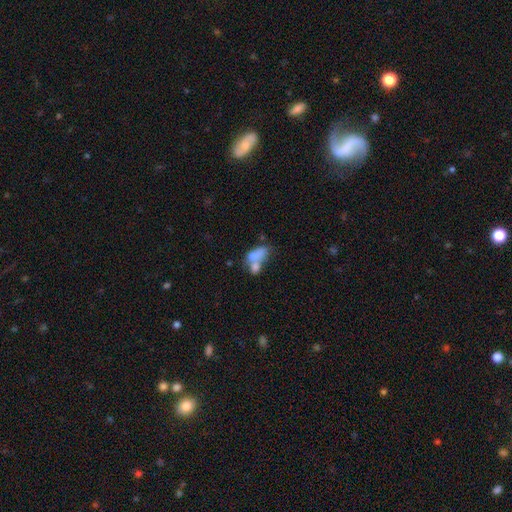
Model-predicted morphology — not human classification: Smooth or featured: smooth — 65% (featured or disk — 25%)
How rounded: in between — 81% (round — 12%)
Merging: merger — 63% (none — 18%)